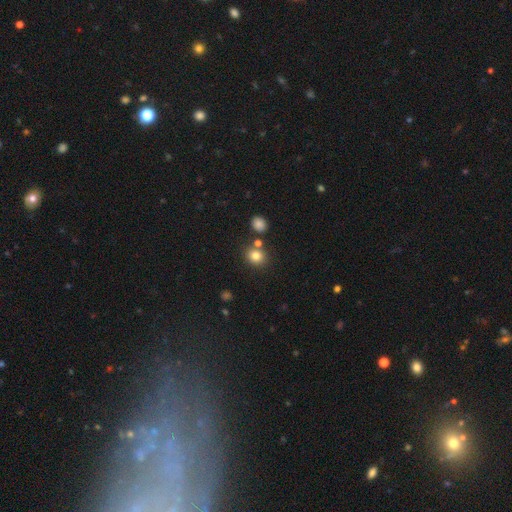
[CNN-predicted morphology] Smooth or featured? Predicted: smooth (p=0.80). How rounded? Predicted: round (p=0.78). Merging? Predicted: none (p=0.73).